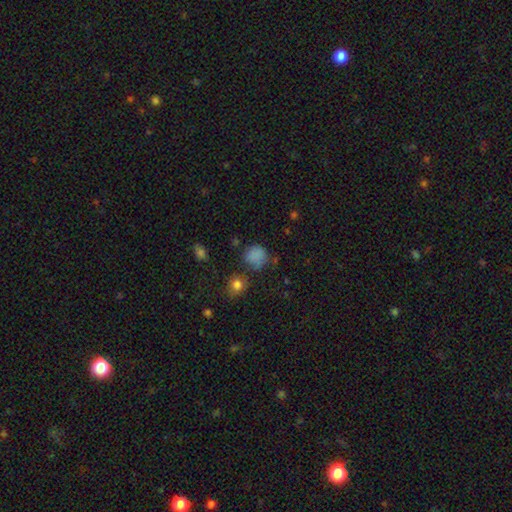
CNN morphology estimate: smooth 78%, star or artifact 15%, featured or disk 7%. Down the decision tree: how rounded — round (78%); merging — none (60%).